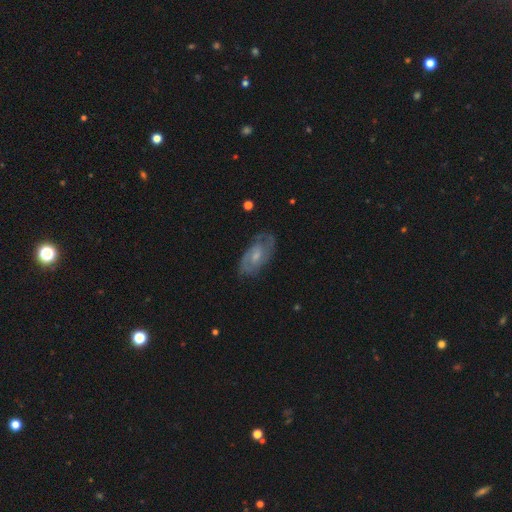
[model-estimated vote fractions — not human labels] Overall: featured or disk (69%). Edge-on disk: no (94%). Bar: no (48%; weak 45%). Spiral arms: yes (86%). Spiral arm count: 2 (64%; can't tell 24%). Spiral winding: tight (43%, tied with medium). Bulge size: small (52%; moderate 36%). Merging: none (72%).